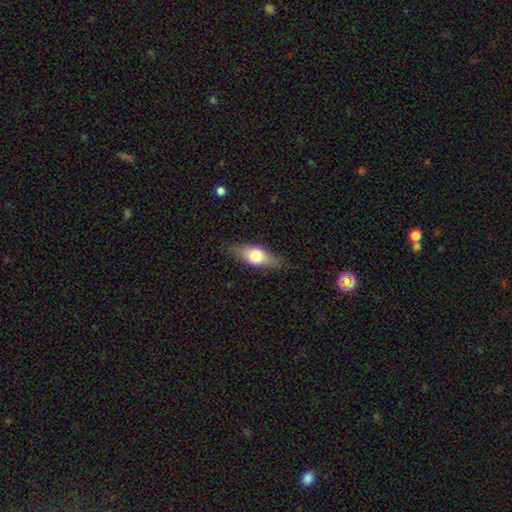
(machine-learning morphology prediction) This is likely a smooth galaxy (67%). How rounded: likely in between (77%). Merging: clearly none (80%).